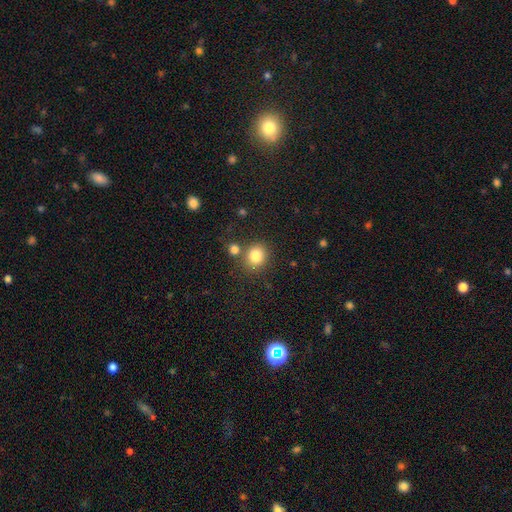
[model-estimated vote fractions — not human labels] A smooth galaxy with no disk features (82%) that is round (78%). Merging: none (73%).